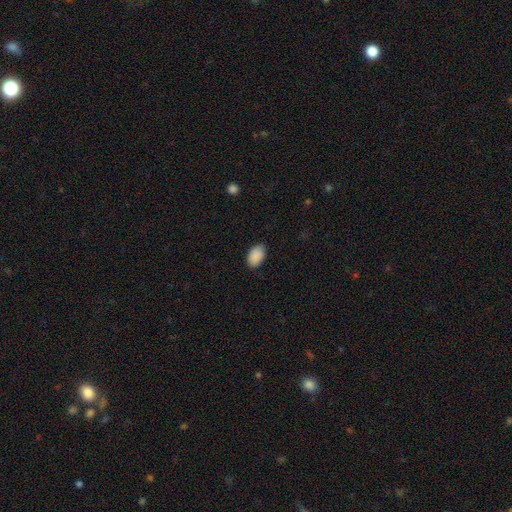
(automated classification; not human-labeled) Q: Smooth or featured?
A: smooth (90%); runner-up: star or artifact (7%)
Q: How rounded?
A: in between (91%); runner-up: round (8%)
Q: Merging?
A: none (85%); runner-up: minor disturbance (11%)